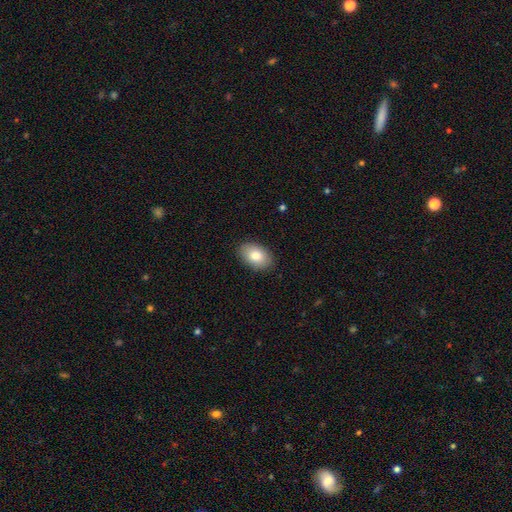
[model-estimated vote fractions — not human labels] Smooth or featured: smooth — 80% (featured or disk — 13%)
How rounded: in between — 88% (round — 11%)
Merging: none — 89% (minor disturbance — 9%)